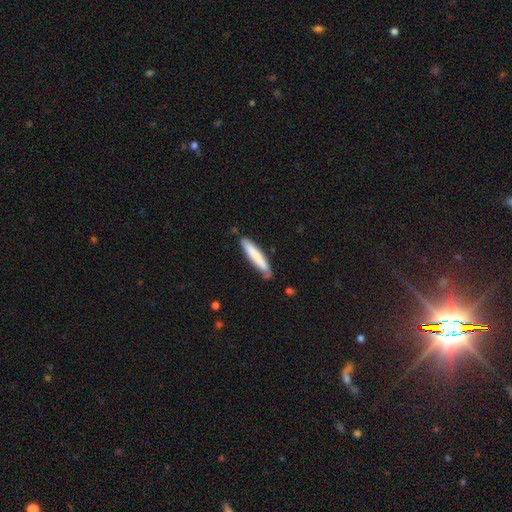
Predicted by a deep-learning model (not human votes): This is likely a smooth galaxy (78%). How rounded: clearly cigar-shaped (92%). Merging: likely none (78%).